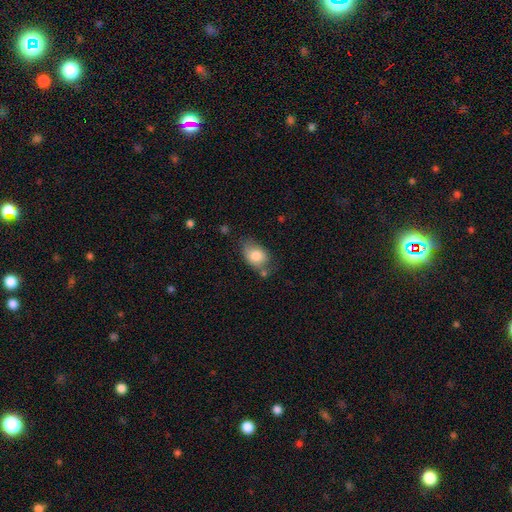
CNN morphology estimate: Smooth or featured?
  - smooth: 81% *
  - featured or disk: 12%
  - star or artifact: 7%
How rounded?
  - in between: 81% *
  - round: 18%
  - cigar-shaped: 1%
Merging?
  - none: 57% *
  - minor disturbance: 28%
  - merger: 8%
  - major disturbance: 7%